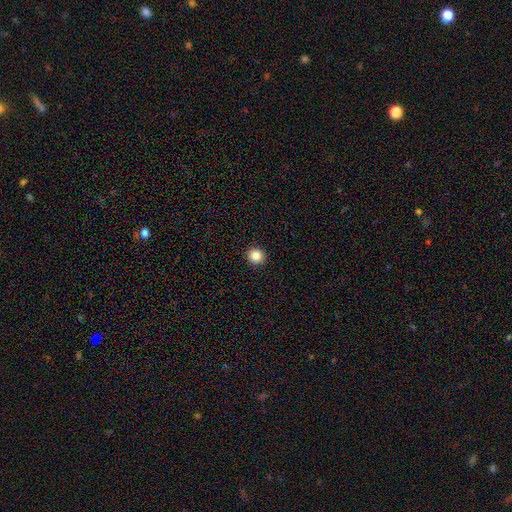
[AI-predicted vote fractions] smooth-or-featured: smooth: 85% | star or artifact: 11% | featured or disk: 4%
  how-rounded: round: 94% | in between: 5% | cigar-shaped: 1%
  merging: none: 94% | minor disturbance: 4% | major disturbance: 1% | merger: 1%